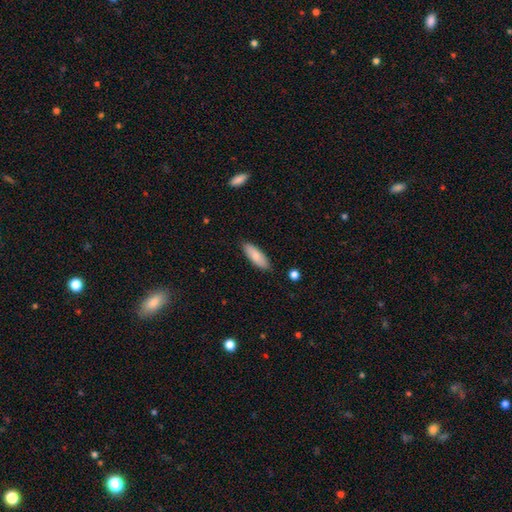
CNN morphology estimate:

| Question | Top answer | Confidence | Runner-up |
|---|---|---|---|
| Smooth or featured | smooth | 82% | featured or disk (12%) |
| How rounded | in between | 60% | cigar-shaped (38%) |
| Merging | none | 86% | minor disturbance (10%) |